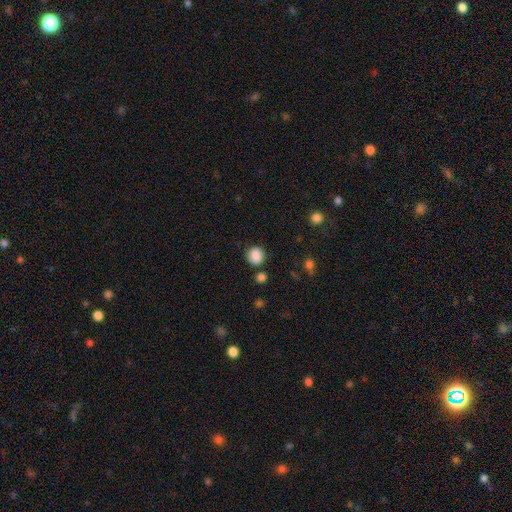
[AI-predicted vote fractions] Smooth or featured?
  - smooth: 86% *
  - star or artifact: 9%
  - featured or disk: 5%
How rounded?
  - round: 75% *
  - in between: 24%
  - cigar-shaped: 1%
Merging?
  - none: 74% *
  - minor disturbance: 16%
  - merger: 6%
  - major disturbance: 4%